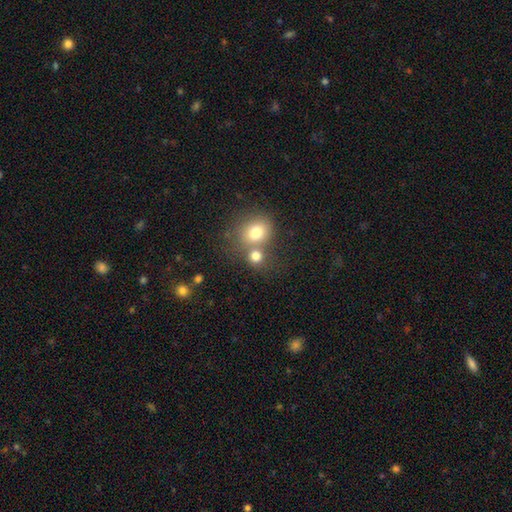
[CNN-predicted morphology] A smooth galaxy with no disk features (77%) that is round (75%).

Vote fractions:
- Smooth or featured? smooth: 77% / star or artifact: 12% / featured or disk: 10%
- How rounded? round: 75% / in between: 24% / cigar-shaped: 1%
- Merging? none: 47% / merger: 41% / minor disturbance: 8% / major disturbance: 4%